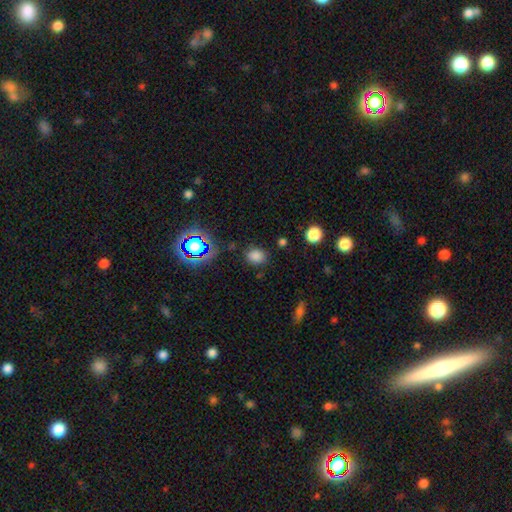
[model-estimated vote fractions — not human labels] This is likely a smooth galaxy (77%). How rounded: possibly round (54%). Merging: clearly none (82%).